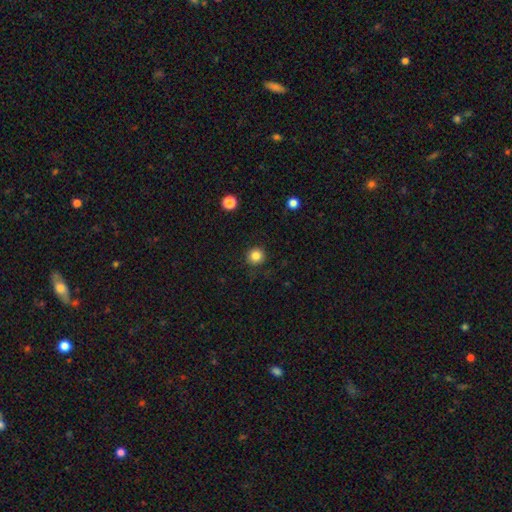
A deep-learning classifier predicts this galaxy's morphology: A smooth galaxy with no disk features (85%) that is round (94%).

Vote fractions:
- Smooth or featured? smooth: 85% / star or artifact: 11% / featured or disk: 4%
- How rounded? round: 94% / in between: 5% / cigar-shaped: 1%
- Merging? none: 89% / minor disturbance: 7% / major disturbance: 2% / merger: 1%